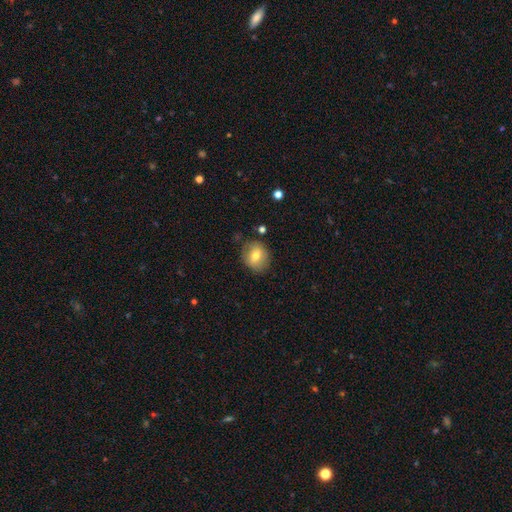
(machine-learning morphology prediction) This is likely a smooth galaxy (71%). How rounded: likely round (67%). Merging: clearly none (80%).